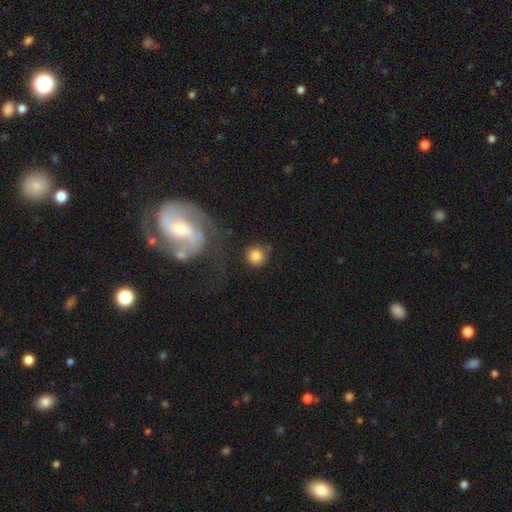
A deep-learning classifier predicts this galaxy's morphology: This appears to be a smooth galaxy with no disk features (80%) that is round (93%). Merging: none (77%).